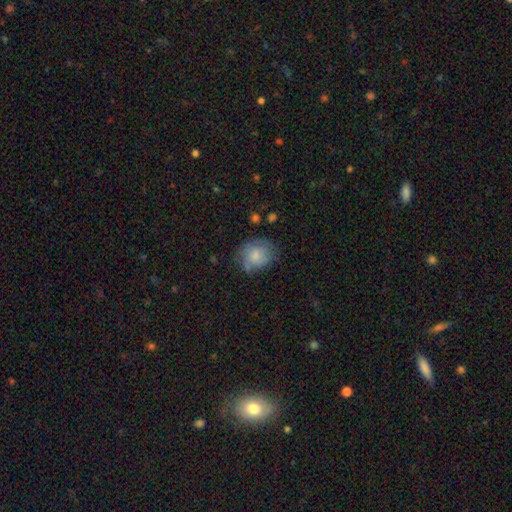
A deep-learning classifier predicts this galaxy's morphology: Overall: smooth (71%). How rounded: round (58%; in between 41%). Merging: none (58%; minor disturbance 28%).